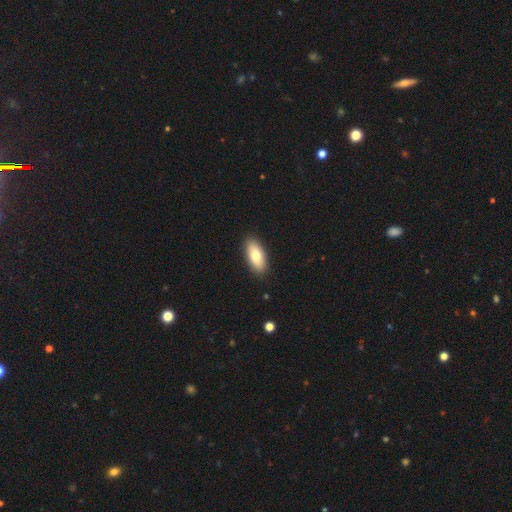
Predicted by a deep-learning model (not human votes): Smooth or featured? smooth (77%)
How rounded? in between (87%)
Merging? none (89%)